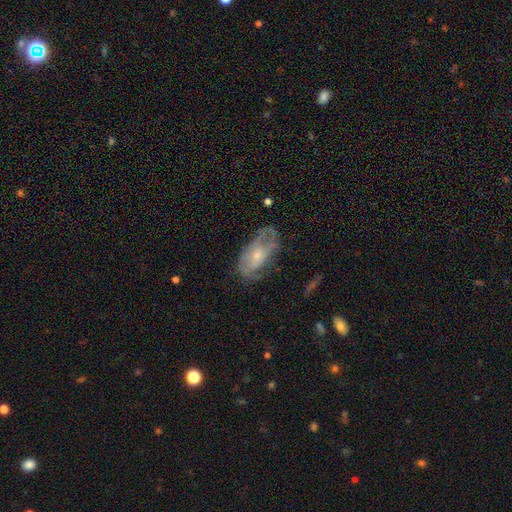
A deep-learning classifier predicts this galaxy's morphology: Smooth or featured? featured or disk (55%)
Edge-on disk? no (91%)
Bar? no (77%)
Spiral arms? yes (58%)
Bulge size? small (62%)
Merging? none (48%)